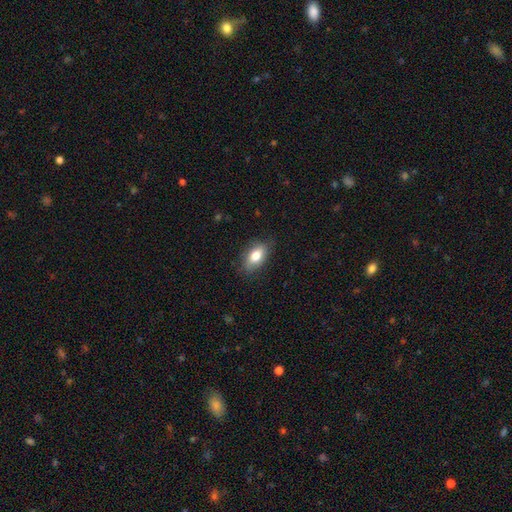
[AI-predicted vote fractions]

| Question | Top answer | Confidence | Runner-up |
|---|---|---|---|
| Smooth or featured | smooth | 78% | featured or disk (14%) |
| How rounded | in between | 88% | round (7%) |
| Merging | none | 82% | minor disturbance (14%) |